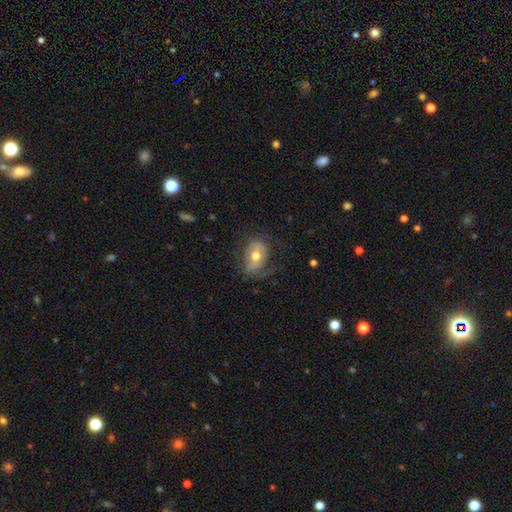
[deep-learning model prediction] The model was most divided on "smooth or featured": featured or disk: 53%, smooth: 40%, star or artifact: 8%. More confident: edge-on disk — no (94%); merging — none (54%).